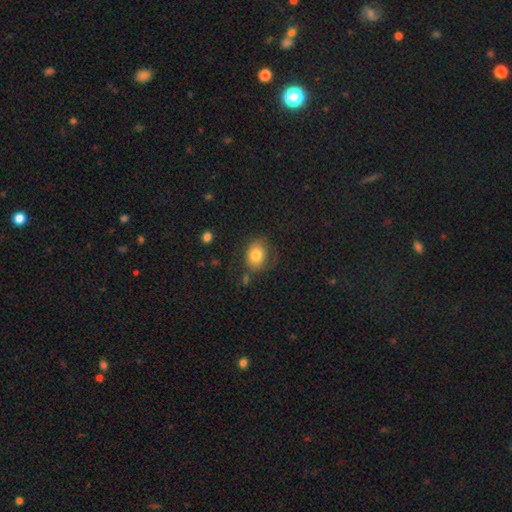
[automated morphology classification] Smooth or featured? Predicted: smooth (p=0.78). How rounded? Predicted: in between (p=0.50). Merging? Predicted: none (p=0.63).